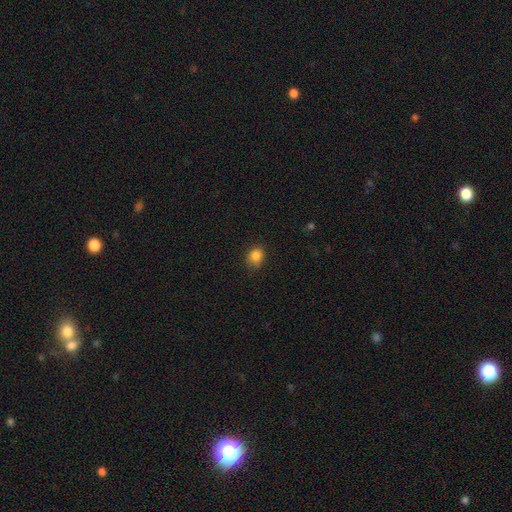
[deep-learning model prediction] Smooth or featured?
  - smooth: 85% *
  - star or artifact: 11%
  - featured or disk: 4%
How rounded?
  - round: 66% *
  - in between: 33%
  - cigar-shaped: 1%
Merging?
  - none: 78% *
  - minor disturbance: 17%
  - major disturbance: 3%
  - merger: 1%